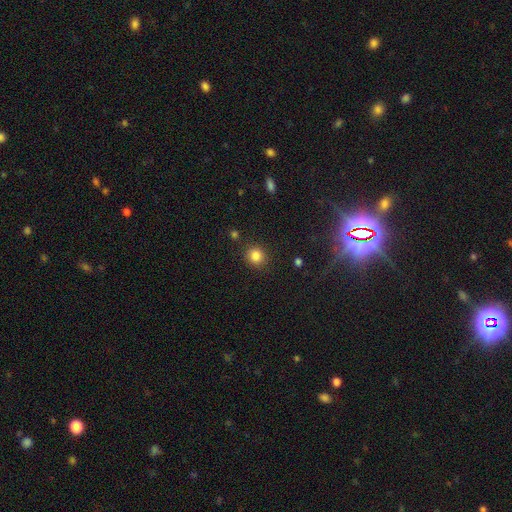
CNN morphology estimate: type=smooth (84%); roundness=round (87%); merging=none (88%).